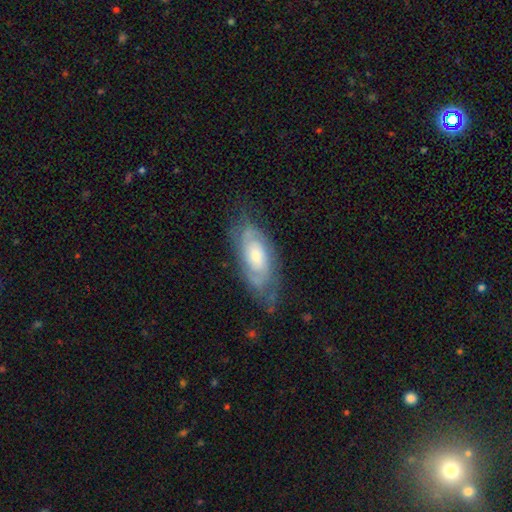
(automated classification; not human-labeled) Smooth or featured? Predicted: featured or disk (p=0.75). Edge-on disk? Predicted: no (p=0.91). Bar? Predicted: no (p=0.70). Spiral arms? Predicted: yes (p=0.89). Spiral winding? Predicted: tight (p=0.62). Spiral arm count? Predicted: 2 (p=0.46). Bulge size? Predicted: moderate (p=0.48). Merging? Predicted: none (p=0.69).